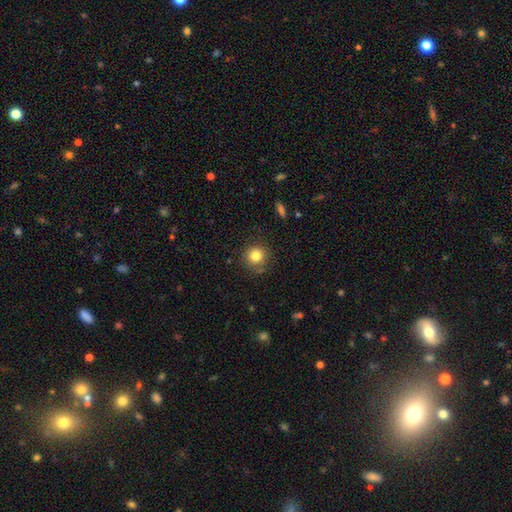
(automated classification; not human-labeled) This is clearly a smooth galaxy (82%). How rounded: clearly round (92%). Merging: clearly none (83%).